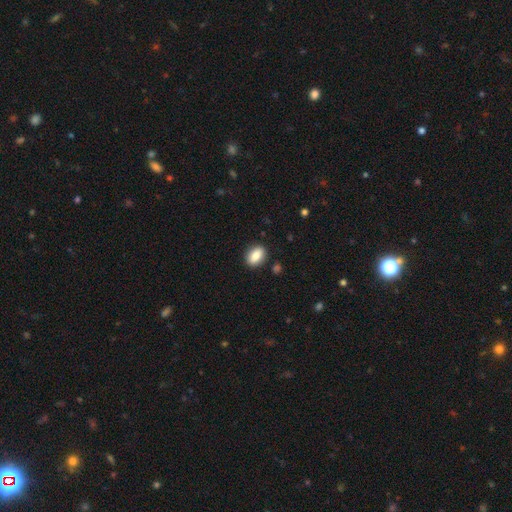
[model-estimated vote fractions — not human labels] smooth-or-featured: smooth: 86% | star or artifact: 7% | featured or disk: 7%
  how-rounded: in between: 83% | round: 14% | cigar-shaped: 3%
  merging: none: 87% | minor disturbance: 9% | major disturbance: 2% | merger: 2%